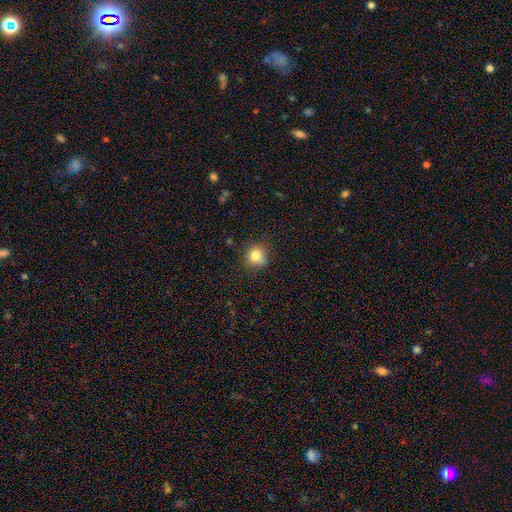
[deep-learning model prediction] A smooth galaxy with no disk features (80%) that is round (85%).

Vote fractions:
- Smooth or featured? smooth: 80% / star or artifact: 12% / featured or disk: 8%
- How rounded? round: 85% / in between: 14% / cigar-shaped: 1%
- Merging? none: 71% / minor disturbance: 21% / major disturbance: 5% / merger: 4%